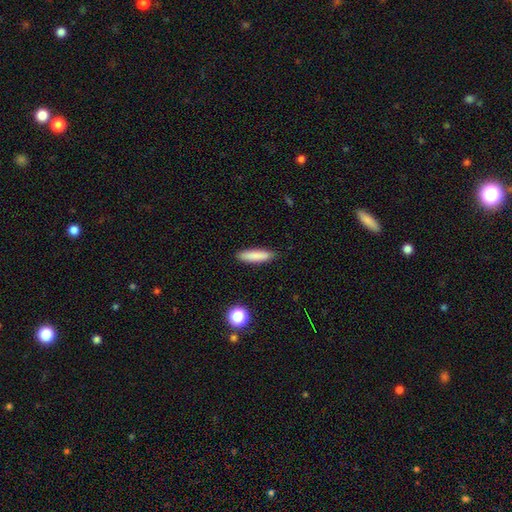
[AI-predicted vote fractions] Smooth or featured? smooth (86%)
How rounded? cigar-shaped (74%)
Merging? none (89%)